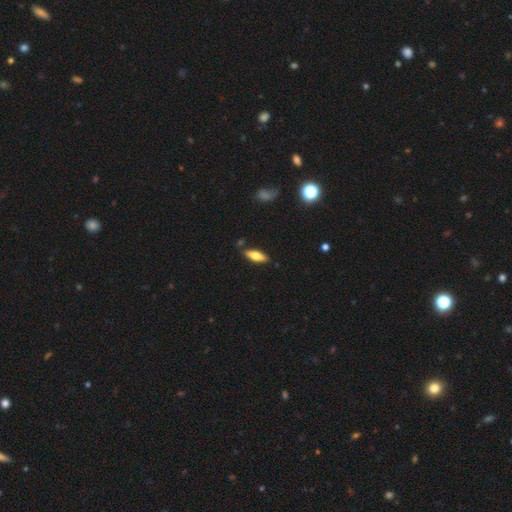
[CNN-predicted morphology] Q: Smooth or featured?
A: smooth (62%); runner-up: featured or disk (31%)
Q: How rounded?
A: in between (60%); runner-up: cigar-shaped (37%)
Q: Merging?
A: none (85%); runner-up: minor disturbance (11%)